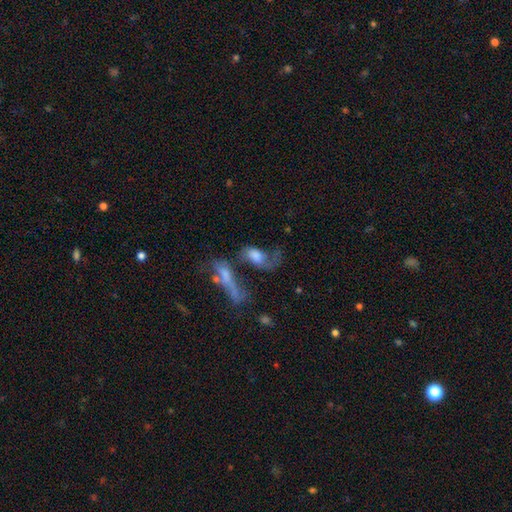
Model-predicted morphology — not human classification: Smooth or featured? featured or disk (47%)
Merging? merger (37%)